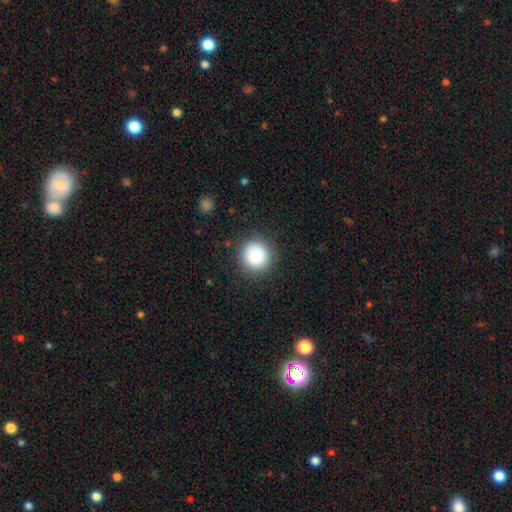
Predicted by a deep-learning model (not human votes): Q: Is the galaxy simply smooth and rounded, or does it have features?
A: smooth — 86%.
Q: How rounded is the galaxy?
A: round — 94%.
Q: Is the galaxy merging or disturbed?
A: none — 89%.